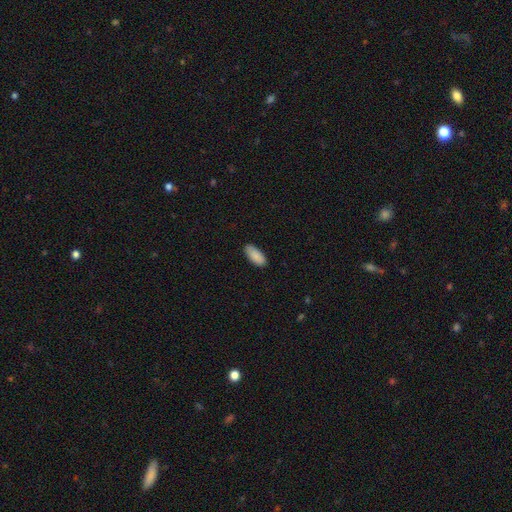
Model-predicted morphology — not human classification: The model was most divided on "merging": none: 87%, minor disturbance: 10%, major disturbance: 2%, merger: 1%. More confident: how rounded — in between (90%); smooth or featured — smooth (89%).